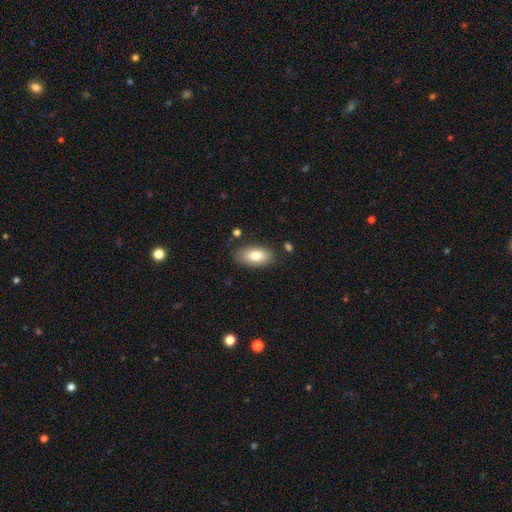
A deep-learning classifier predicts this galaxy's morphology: smooth-or-featured: smooth: 79% | featured or disk: 14% | star or artifact: 7%
  how-rounded: in between: 91% | cigar-shaped: 5% | round: 4%
  merging: none: 81% | minor disturbance: 13% | major disturbance: 3% | merger: 3%